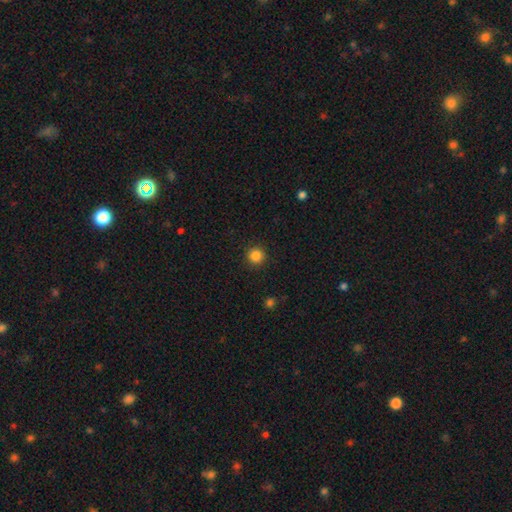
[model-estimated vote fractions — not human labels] Morphology: type=smooth (86%); roundness=round (95%); merging=none (92%).